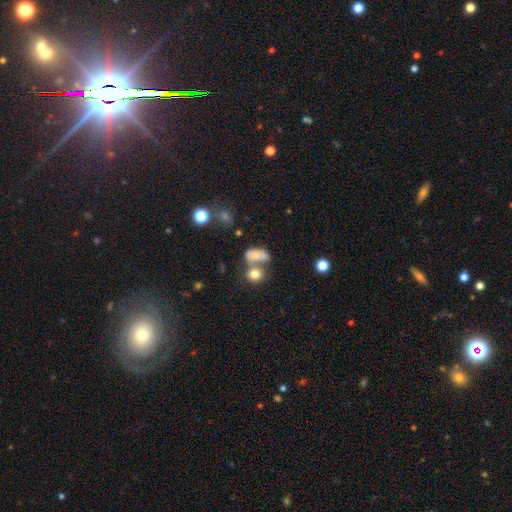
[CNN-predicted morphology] A smooth galaxy with no disk features (71%) that is in between round and cigar-shaped (74%). Merging: merger (49%).